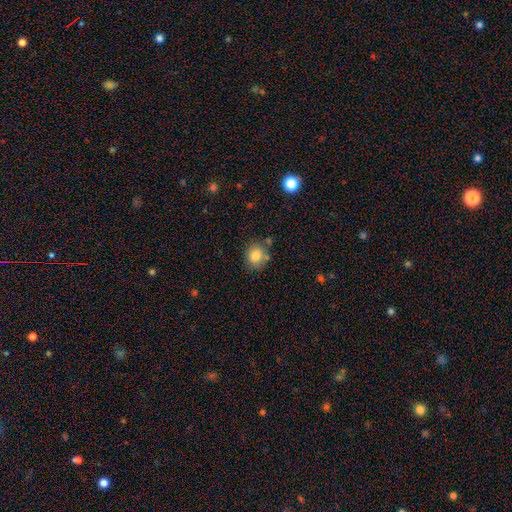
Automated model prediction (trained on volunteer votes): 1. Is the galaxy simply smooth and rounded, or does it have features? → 81% smooth, 10% star or artifact, 9% featured or disk.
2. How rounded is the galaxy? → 74% round, 25% in between, 1% cigar-shaped.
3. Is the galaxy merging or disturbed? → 72% none, 16% minor disturbance, 8% merger, 4% major disturbance.